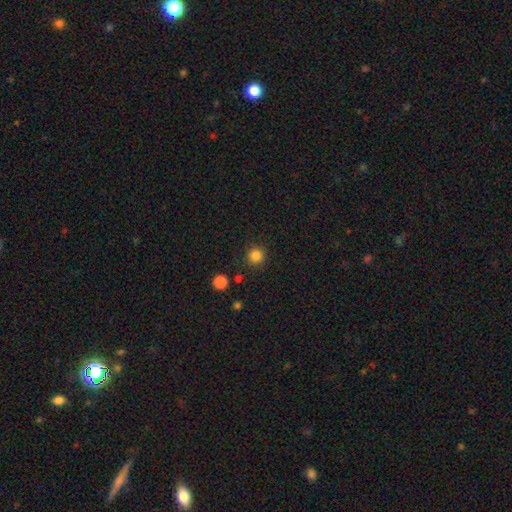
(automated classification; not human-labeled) This is clearly a smooth galaxy (84%). How rounded: clearly round (95%). Merging: clearly none (90%).